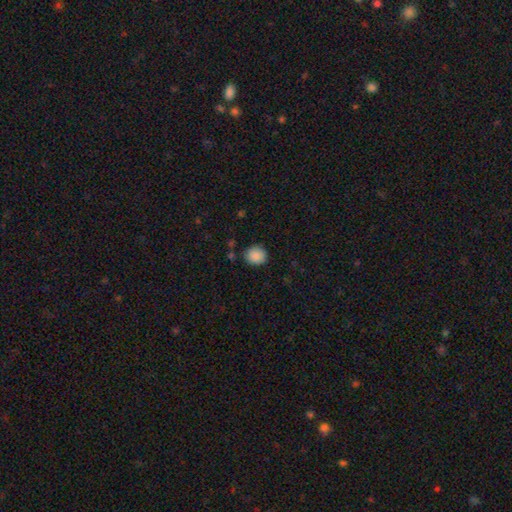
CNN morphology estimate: This appears to be a smooth galaxy with no disk features (89%) that is round (85%). Merging: none (86%).